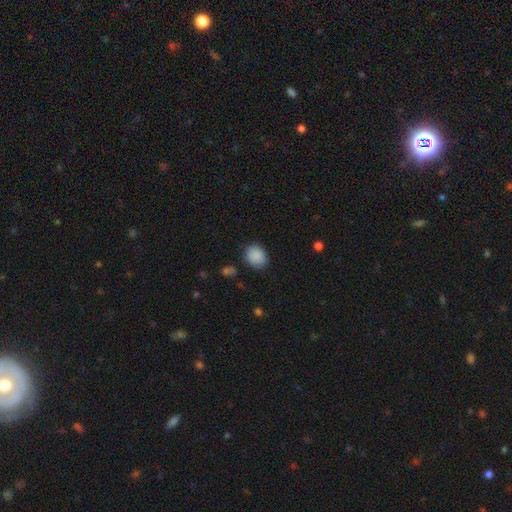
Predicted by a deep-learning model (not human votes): Q: Smooth or featured?
A: smooth (87%); runner-up: star or artifact (8%)
Q: How rounded?
A: round (60%); runner-up: in between (39%)
Q: Merging?
A: none (78%); runner-up: minor disturbance (16%)